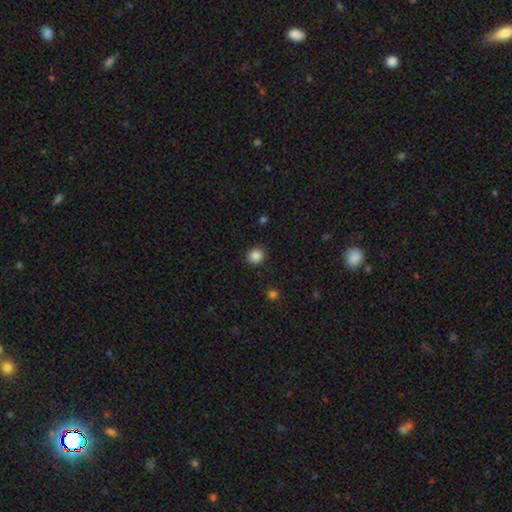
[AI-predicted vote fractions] Smooth or featured: smooth — 86% (star or artifact — 10%)
How rounded: round — 87% (in between — 12%)
Merging: none — 91% (minor disturbance — 6%)